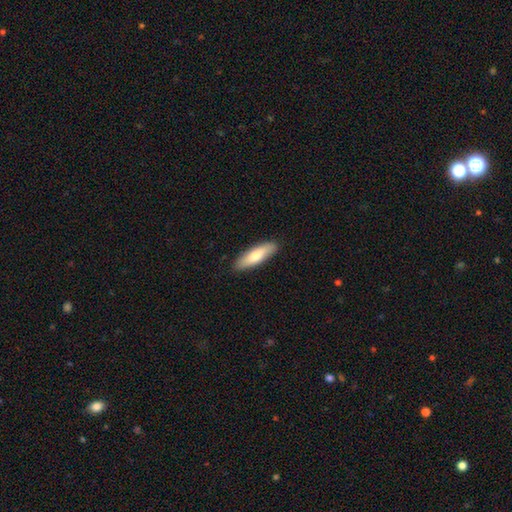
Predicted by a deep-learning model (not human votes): smooth_or_featured: smooth (p=0.77) [alt: featured or disk p=0.18]
how_rounded: cigar-shaped (p=0.59) [alt: in between p=0.39]
merging: none (p=0.89) [alt: minor disturbance p=0.08]